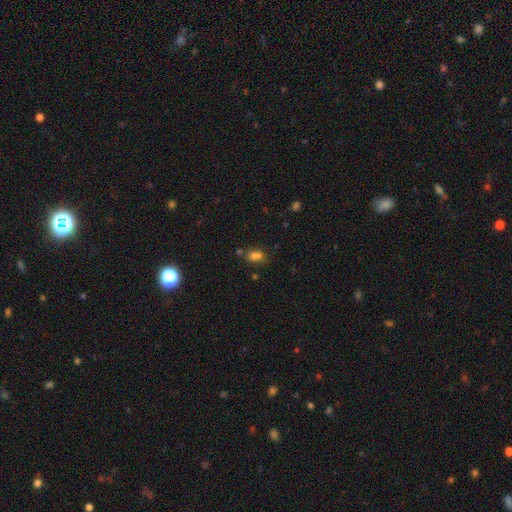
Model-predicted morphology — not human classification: This appears to be a smooth galaxy with no disk features (67%) that is in between round and cigar-shaped (66%). Merging: none (49%).